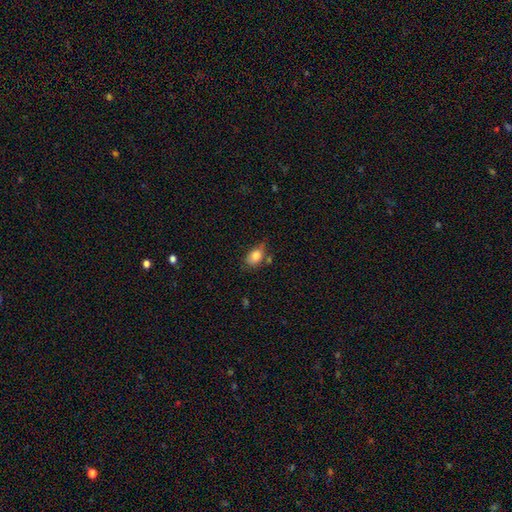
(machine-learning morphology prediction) smooth 81%, featured or disk 10%, star or artifact 8%. Down the decision tree: how rounded — in between (81%); merging — none (47%).